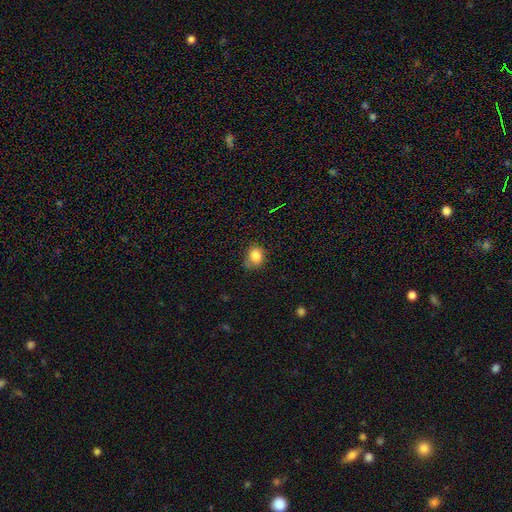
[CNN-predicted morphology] Overall: smooth (83%). How rounded: round (52%; in between 47%). Merging: none (57%; minor disturbance 31%).